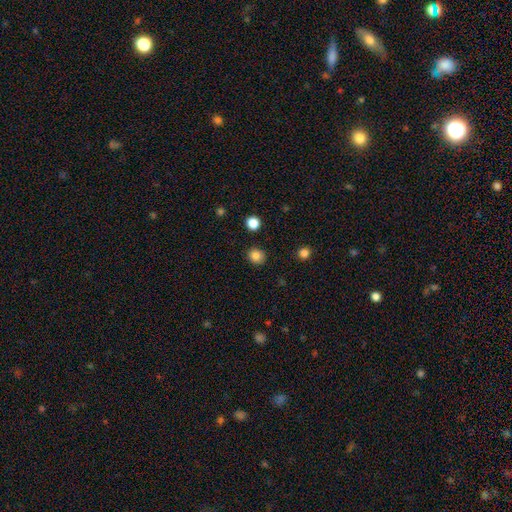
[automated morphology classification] smooth_or_featured: smooth (p=0.85) [alt: star or artifact p=0.11]
how_rounded: round (p=0.82) [alt: in between p=0.17]
merging: none (p=0.90) [alt: minor disturbance p=0.06]